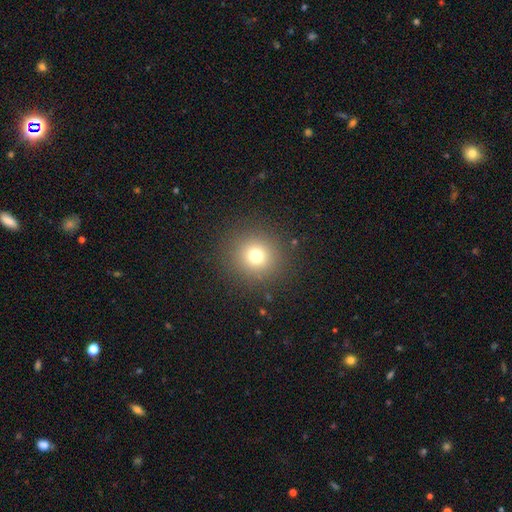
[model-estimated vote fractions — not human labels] smooth_or_featured: smooth (p=0.74) [alt: star or artifact p=0.17]
how_rounded: round (p=0.92) [alt: in between p=0.07]
merging: none (p=0.89) [alt: minor disturbance p=0.06]